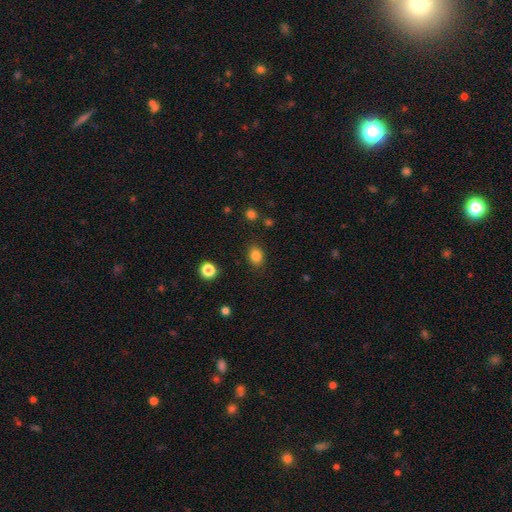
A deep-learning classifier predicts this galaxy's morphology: smooth 84%, star or artifact 11%, featured or disk 5%. Down the decision tree: how rounded — in between (61%); merging — none (85%).